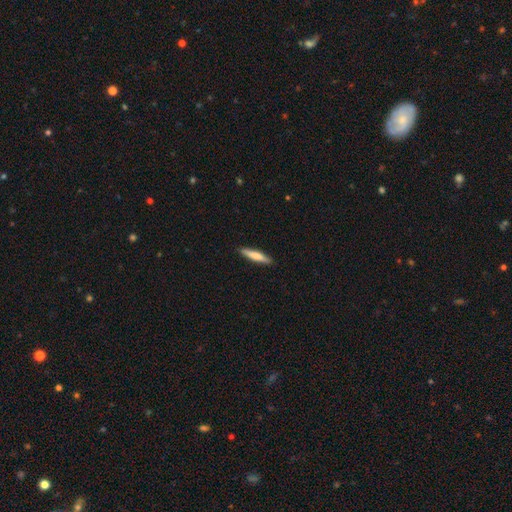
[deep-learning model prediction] Smooth or featured? Predicted: smooth (p=0.72). How rounded? Predicted: cigar-shaped (p=0.88). Merging? Predicted: none (p=0.90).